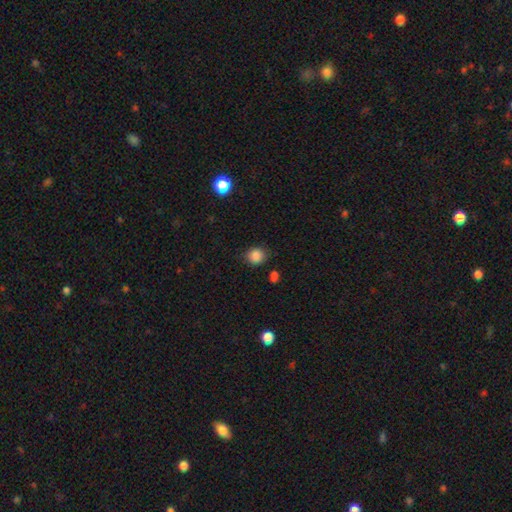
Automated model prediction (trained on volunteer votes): smooth_or_featured: smooth (p=0.86) [alt: star or artifact p=0.10]
how_rounded: round (p=0.81) [alt: in between p=0.18]
merging: none (p=0.81) [alt: minor disturbance p=0.13]